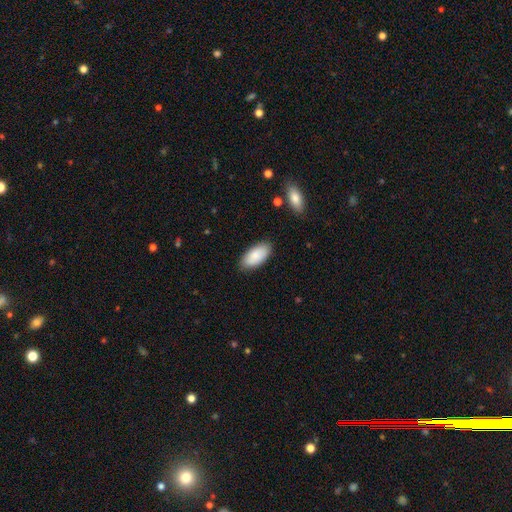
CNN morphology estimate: A smooth galaxy with no disk features (86%) that is in between round and cigar-shaped (93%). Merging: none (86%).